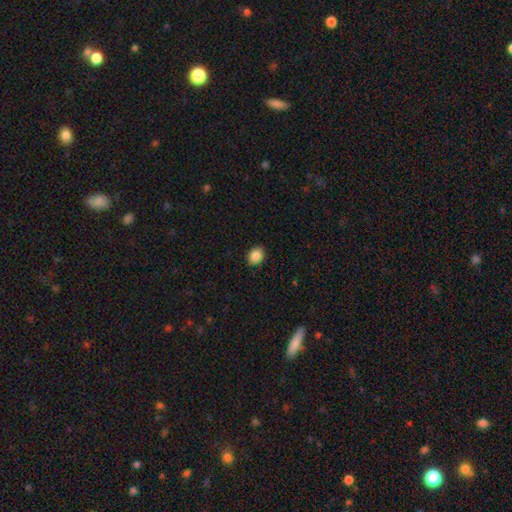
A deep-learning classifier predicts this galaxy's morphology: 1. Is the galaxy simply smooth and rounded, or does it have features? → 87% smooth, 9% star or artifact, 5% featured or disk.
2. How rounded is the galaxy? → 55% in between, 44% round, 1% cigar-shaped.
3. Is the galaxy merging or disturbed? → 90% none, 7% minor disturbance, 2% major disturbance, 1% merger.